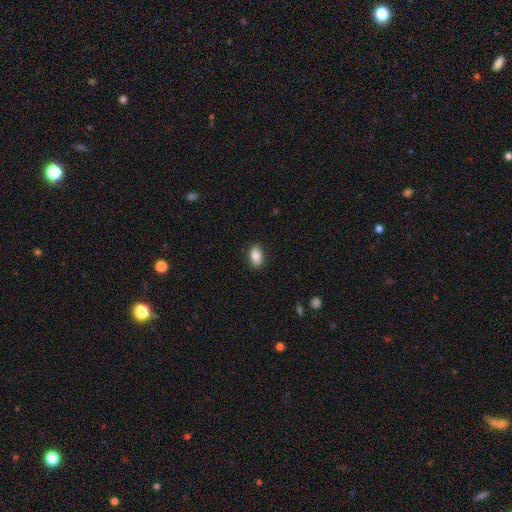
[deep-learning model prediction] Smooth or featured: smooth — 85% (featured or disk — 8%)
How rounded: in between — 90% (round — 8%)
Merging: none — 88% (minor disturbance — 9%)